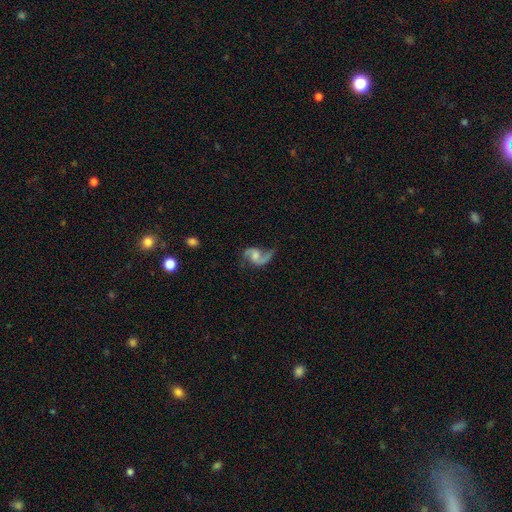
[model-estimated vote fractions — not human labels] Smooth or featured: featured or disk — 86% (smooth — 8%)
Edge-on disk: no — 98% (yes — 2%)
Bar: no — 49% (weak — 41%)
Spiral arms: yes — 96% (no — 4%)
Spiral winding: loose — 64% (medium — 30%)
Spiral arm count: 2 — 86% (1 — 9%)
Bulge size: moderate — 41% (small — 31%)
Merging: none — 61% (minor disturbance — 20%)